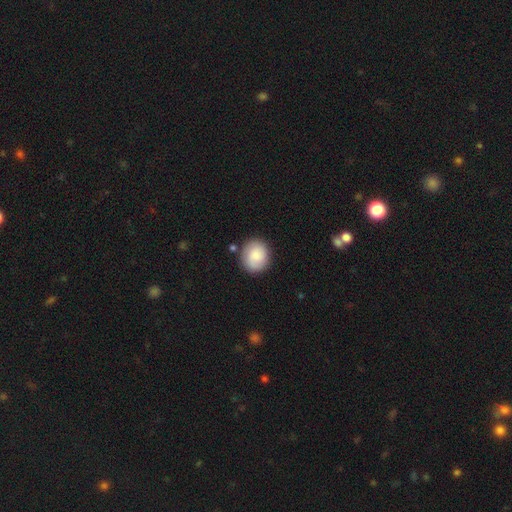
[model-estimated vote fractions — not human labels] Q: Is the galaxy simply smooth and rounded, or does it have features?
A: smooth — 82%.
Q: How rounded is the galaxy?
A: round — 77%.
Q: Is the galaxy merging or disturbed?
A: none — 82%.